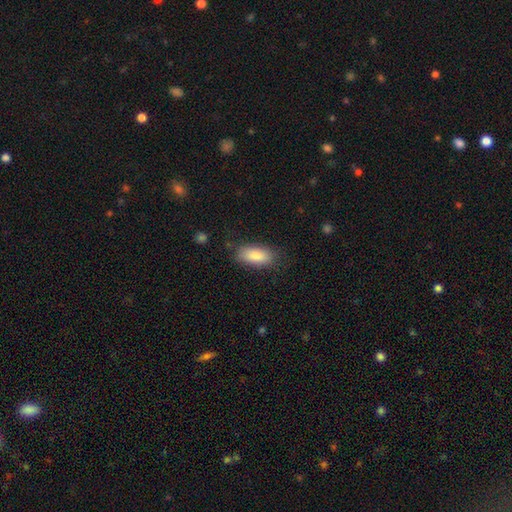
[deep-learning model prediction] Smooth or featured? smooth (87%)
How rounded? in between (87%)
Merging? none (79%)